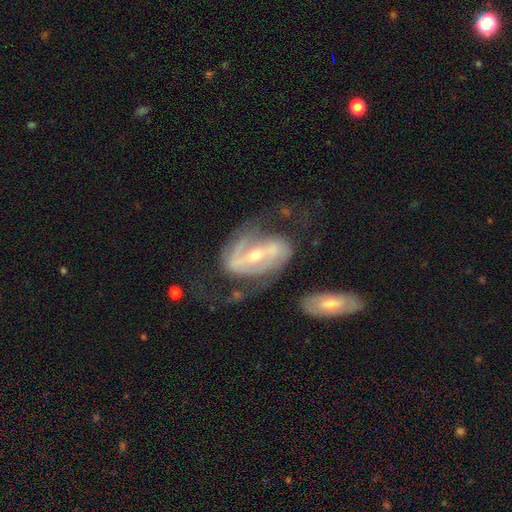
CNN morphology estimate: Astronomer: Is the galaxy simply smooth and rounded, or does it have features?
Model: featured or disk — 88%.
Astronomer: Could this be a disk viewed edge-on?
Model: no — 95%.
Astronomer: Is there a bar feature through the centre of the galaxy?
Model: strong — 53% (runner-up: weak, 32%).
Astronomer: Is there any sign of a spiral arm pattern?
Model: yes — 93%.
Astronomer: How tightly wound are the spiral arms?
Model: medium — 48% (runner-up: tight, 27%).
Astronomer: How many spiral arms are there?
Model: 2 — 86%.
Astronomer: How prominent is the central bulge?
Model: moderate — 50% (runner-up: small, 46%).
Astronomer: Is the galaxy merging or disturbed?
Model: none — 55%.